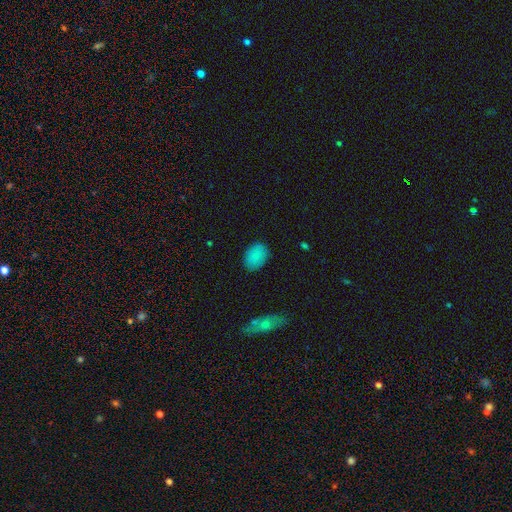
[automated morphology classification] Smooth or featured?
  - smooth: 86% *
  - star or artifact: 8%
  - featured or disk: 6%
How rounded?
  - in between: 78% *
  - round: 21%
  - cigar-shaped: 1%
Merging?
  - none: 86% *
  - minor disturbance: 10%
  - major disturbance: 3%
  - merger: 1%